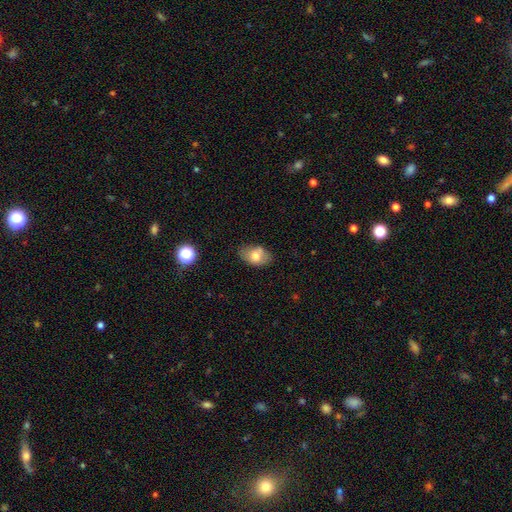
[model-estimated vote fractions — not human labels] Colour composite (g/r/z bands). It shows a smooth galaxy with no disk features (72%) that is in between round and cigar-shaped (86%). Merging: none (73%).